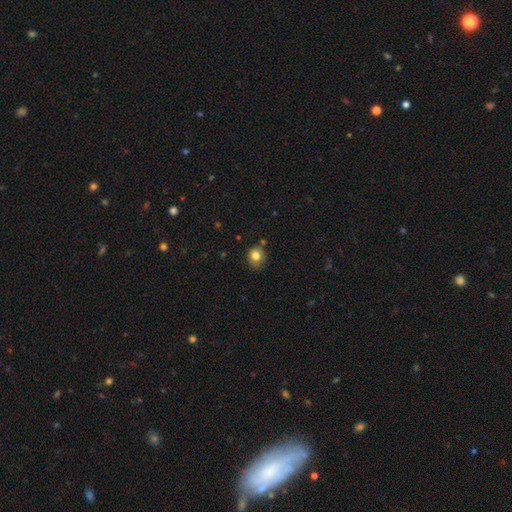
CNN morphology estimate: Q: Smooth or featured?
A: smooth (79%); runner-up: star or artifact (11%)
Q: How rounded?
A: round (73%); runner-up: in between (26%)
Q: Merging?
A: none (71%); runner-up: minor disturbance (20%)